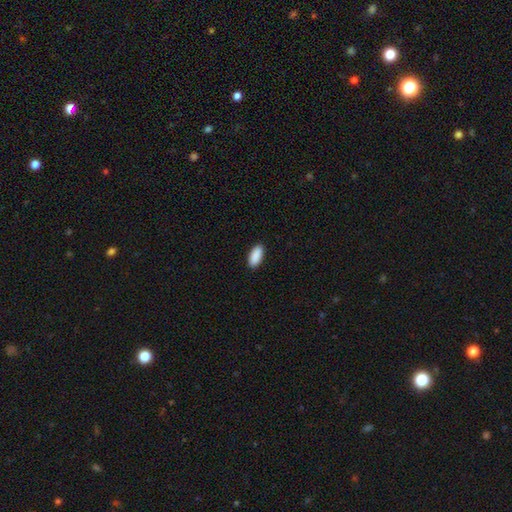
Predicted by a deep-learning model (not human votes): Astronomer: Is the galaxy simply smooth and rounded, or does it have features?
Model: smooth — 91%.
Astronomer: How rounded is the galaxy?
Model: in between — 88%.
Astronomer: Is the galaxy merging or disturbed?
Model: none — 91%.